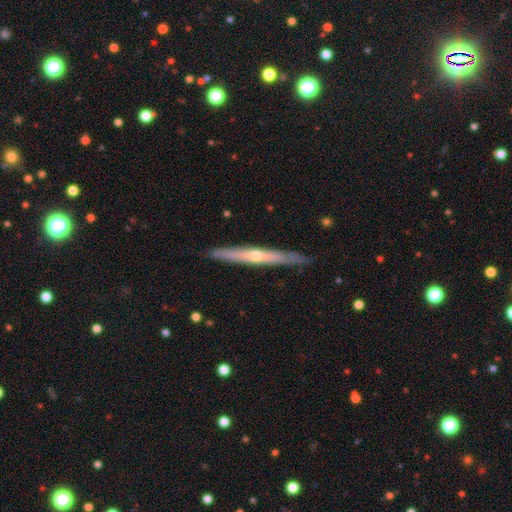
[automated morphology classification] smooth-or-featured: featured or disk: 65% | smooth: 29% | star or artifact: 6%
  disk-edge-on: yes: 93% | no: 7%
    edge-on-bulge: rounded: 70% | none: 28% | boxy: 2%
  merging: none: 88% | minor disturbance: 10% | major disturbance: 2% | merger: 1%